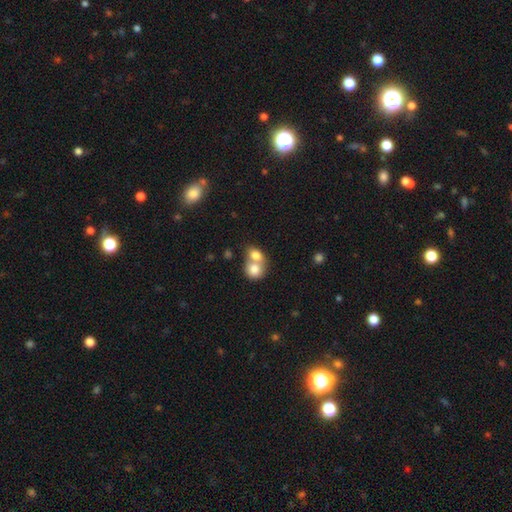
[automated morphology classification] Smooth or featured? smooth (76%)
How rounded? round (56%)
Merging? merger (71%)